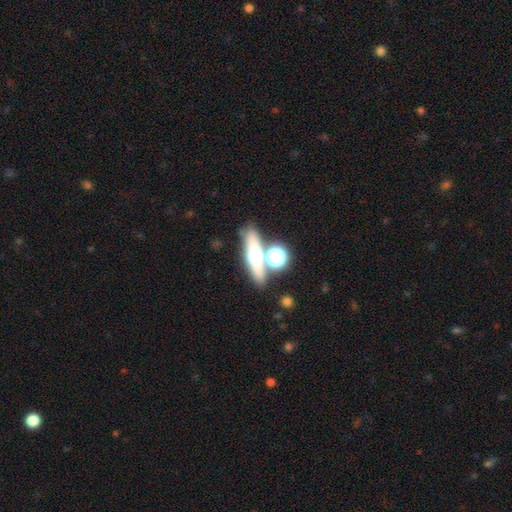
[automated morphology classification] smooth_or_featured: smooth (p=0.45) [alt: featured or disk p=0.41]
merging: none (p=0.66) [alt: merger p=0.20]